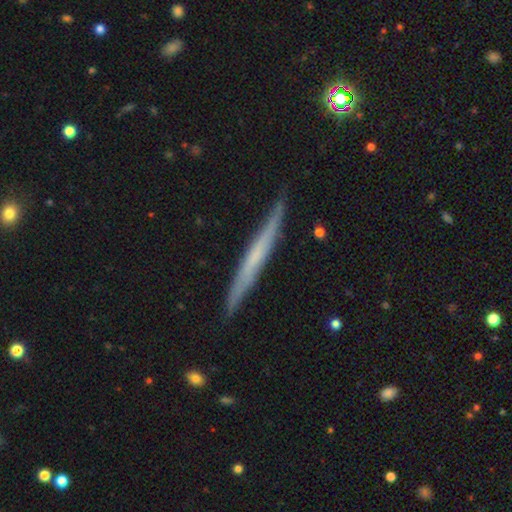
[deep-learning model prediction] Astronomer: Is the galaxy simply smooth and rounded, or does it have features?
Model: featured or disk — 56% (runner-up: smooth, 38%).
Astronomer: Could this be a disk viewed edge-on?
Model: yes — 96%.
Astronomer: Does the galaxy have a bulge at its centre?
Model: none — 80%.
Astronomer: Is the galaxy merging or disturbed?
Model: none — 87%.